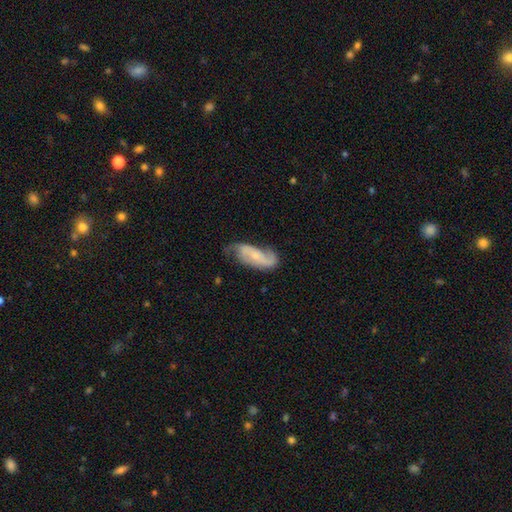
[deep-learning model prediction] Smooth or featured? featured or disk (72%)
Edge-on disk? no (93%)
Bar? no (50%)
Spiral arms? yes (92%)
Spiral winding? medium (40%)
Spiral arm count? 2 (78%)
Bulge size? small (66%)
Merging? none (57%)